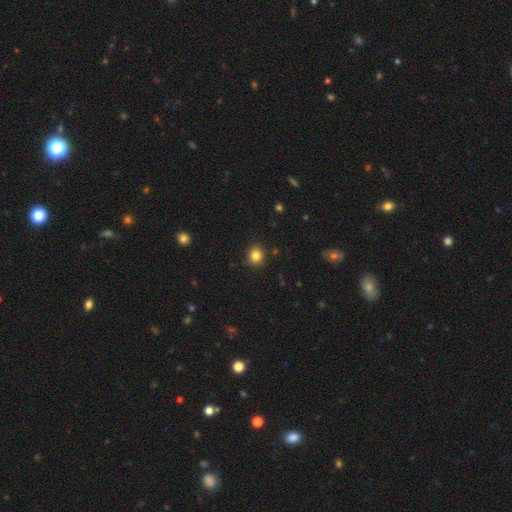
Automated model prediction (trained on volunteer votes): smooth-or-featured: smooth: 84% | star or artifact: 11% | featured or disk: 5%
  how-rounded: round: 77% | in between: 22% | cigar-shaped: 1%
  merging: none: 89% | minor disturbance: 8% | major disturbance: 2% | merger: 1%